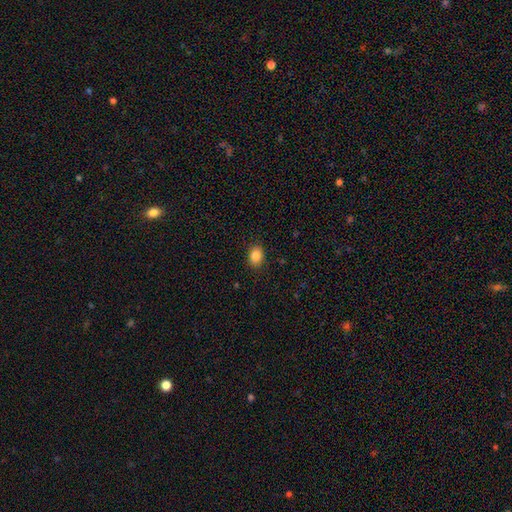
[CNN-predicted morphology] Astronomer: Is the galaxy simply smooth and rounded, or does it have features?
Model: smooth — 85%.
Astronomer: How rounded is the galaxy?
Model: in between — 63%.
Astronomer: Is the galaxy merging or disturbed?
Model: none — 89%.